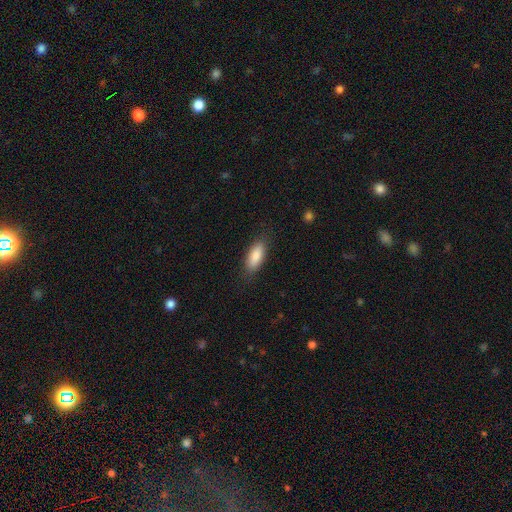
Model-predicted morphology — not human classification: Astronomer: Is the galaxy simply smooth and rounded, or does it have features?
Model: smooth — 85%.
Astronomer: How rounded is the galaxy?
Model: in between — 79%.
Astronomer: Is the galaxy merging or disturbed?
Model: none — 83%.